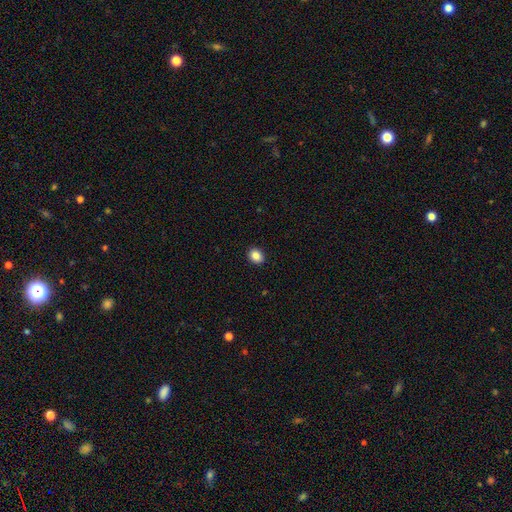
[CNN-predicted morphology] The model was most divided on "how rounded": round: 50%, in between: 49%, cigar-shaped: 1%. More confident: merging — none (91%); smooth or featured — smooth (86%).